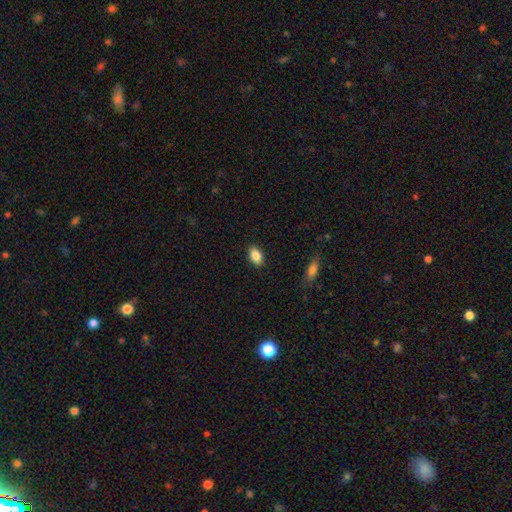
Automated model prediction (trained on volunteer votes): Smooth or featured: smooth — 86% (star or artifact — 8%)
How rounded: in between — 88% (round — 10%)
Merging: none — 88% (minor disturbance — 9%)